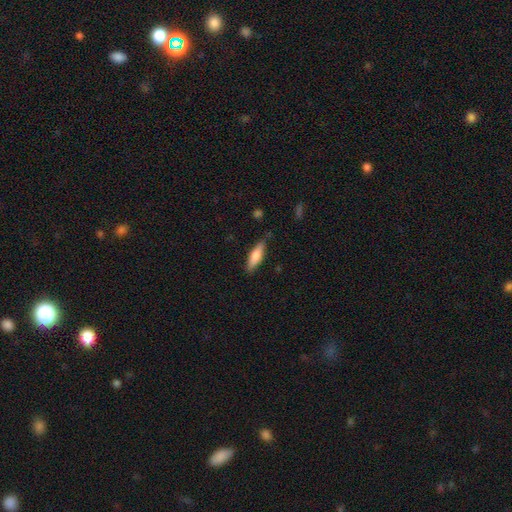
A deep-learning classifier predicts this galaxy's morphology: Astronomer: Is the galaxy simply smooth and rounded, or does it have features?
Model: smooth — 70%.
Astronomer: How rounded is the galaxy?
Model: cigar-shaped — 59% (runner-up: in between, 39%).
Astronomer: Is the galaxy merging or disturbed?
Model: none — 81%.